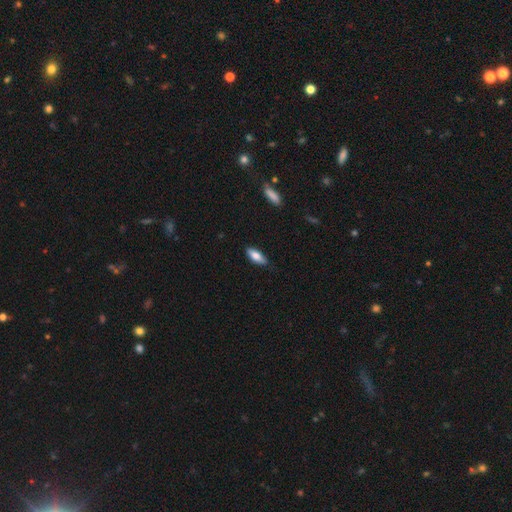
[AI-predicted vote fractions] This appears to be a smooth galaxy with no disk features (77%) that is in between round and cigar-shaped (74%). Merging: none (81%).